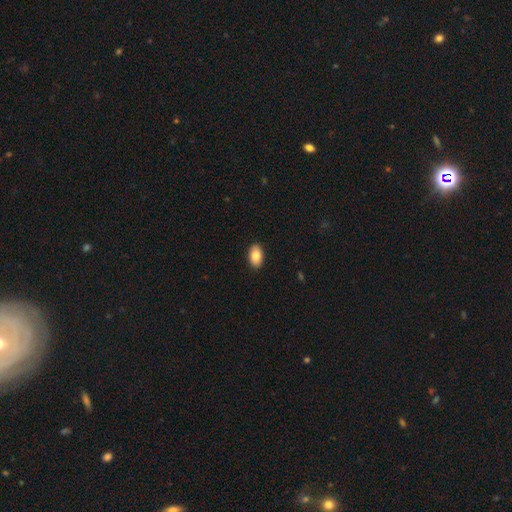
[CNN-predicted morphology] A smooth galaxy with no disk features (85%) that is in between round and cigar-shaped (93%).

Vote fractions:
- Smooth or featured? smooth: 85% / featured or disk: 8% / star or artifact: 7%
- How rounded? in between: 93% / round: 5% / cigar-shaped: 2%
- Merging? none: 90% / minor disturbance: 8% / major disturbance: 2% / merger: 1%